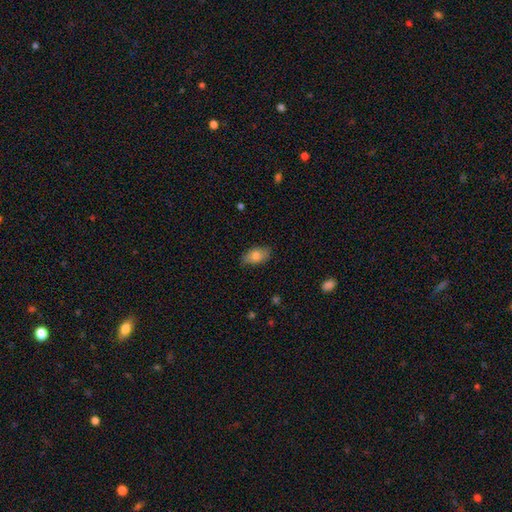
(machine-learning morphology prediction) Smooth or featured? smooth (78%)
How rounded? in between (90%)
Merging? none (81%)